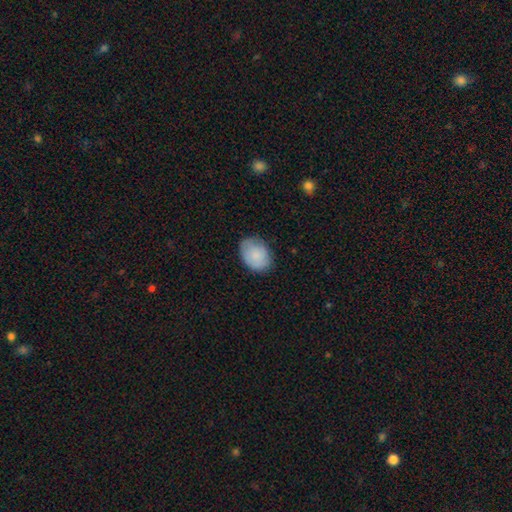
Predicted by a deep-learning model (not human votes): A smooth galaxy with no disk features (83%) that is in between round and cigar-shaped (68%). Merging: none (74%).